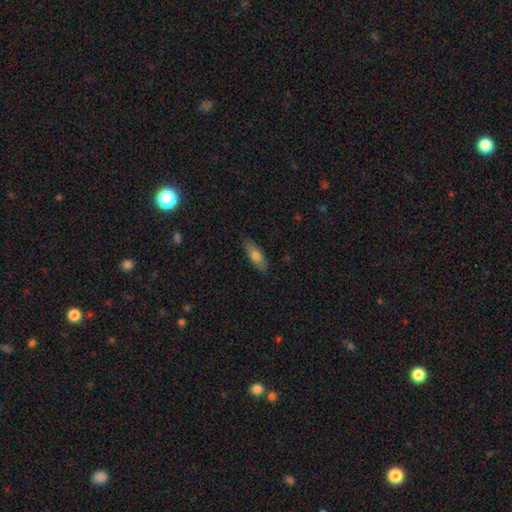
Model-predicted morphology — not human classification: Smooth or featured? Predicted: smooth (p=0.73). How rounded? Predicted: in between (p=0.63). Merging? Predicted: none (p=0.87).